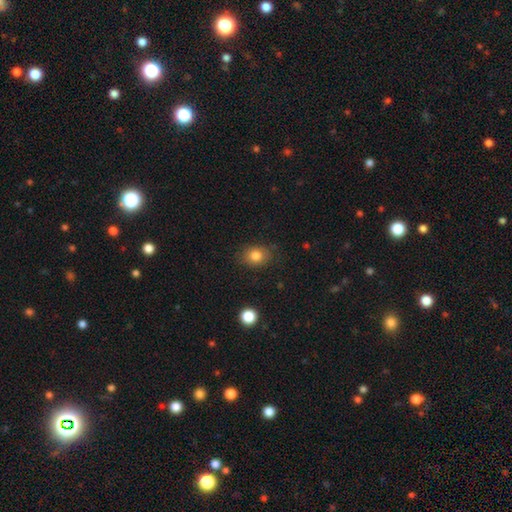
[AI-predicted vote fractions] Overall: smooth (81%). How rounded: in between (53%; round 46%). Merging: none (80%).